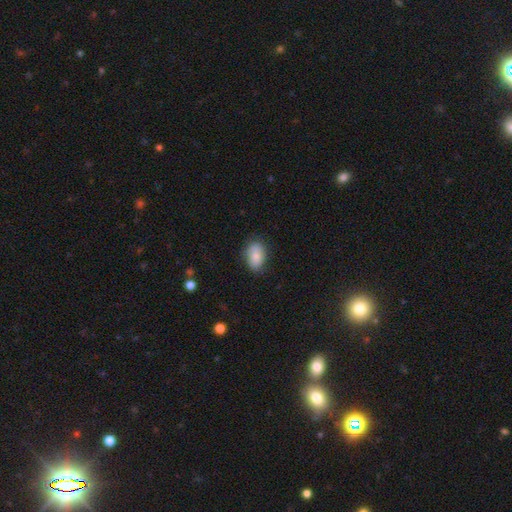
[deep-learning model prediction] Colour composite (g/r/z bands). It shows a smooth galaxy with no disk features (83%) that is in between round and cigar-shaped (88%). Merging: none (77%).